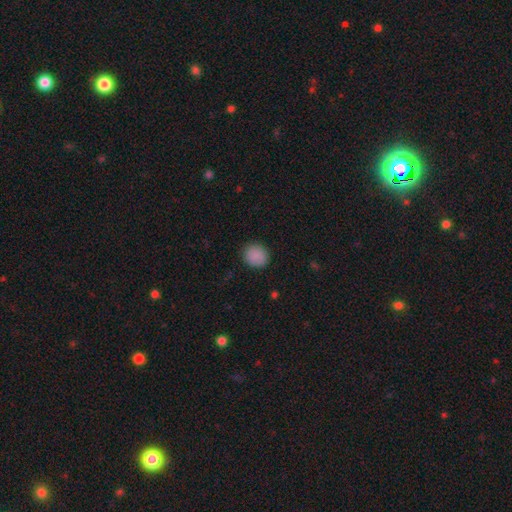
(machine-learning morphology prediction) Q: Smooth or featured?
A: smooth (89%); runner-up: star or artifact (8%)
Q: How rounded?
A: round (84%); runner-up: in between (15%)
Q: Merging?
A: none (89%); runner-up: minor disturbance (8%)